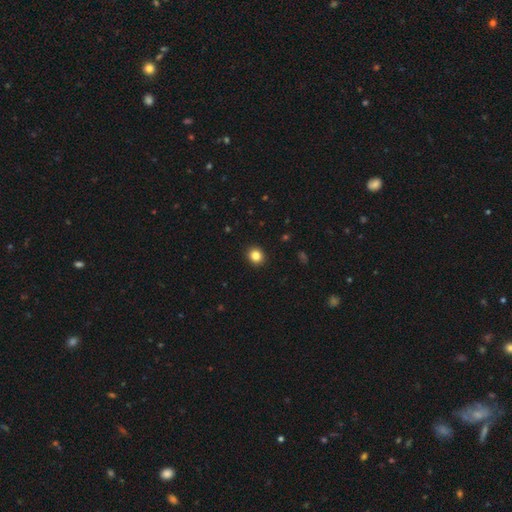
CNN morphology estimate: Smooth or featured? smooth (84%)
How rounded? round (82%)
Merging? none (92%)